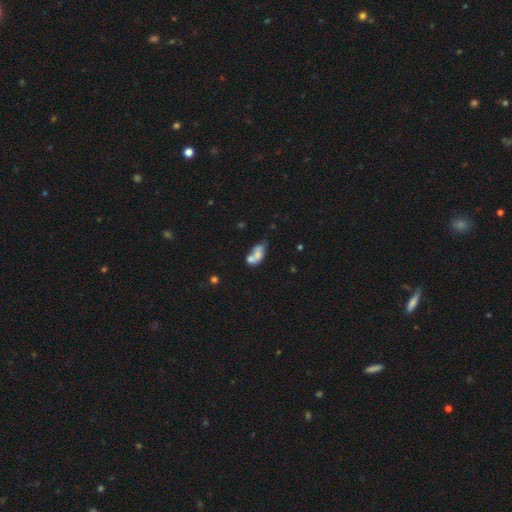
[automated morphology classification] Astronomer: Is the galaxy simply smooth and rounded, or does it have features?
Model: smooth — 60%.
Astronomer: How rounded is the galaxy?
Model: in between — 83%.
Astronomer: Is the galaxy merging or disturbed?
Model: merger — 51%.